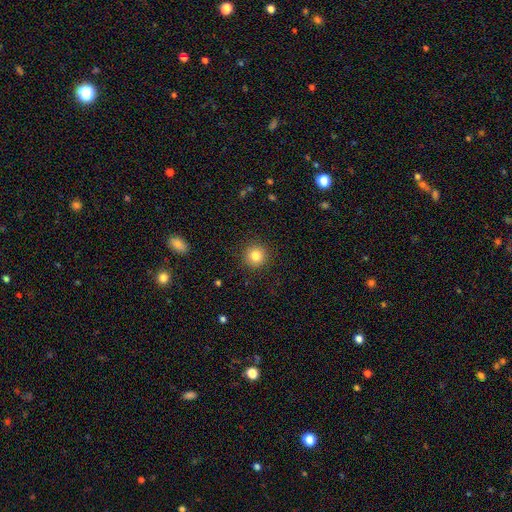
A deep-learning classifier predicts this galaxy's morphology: smooth 83%, star or artifact 11%, featured or disk 6%. Down the decision tree: how rounded — round (95%); merging — none (91%).